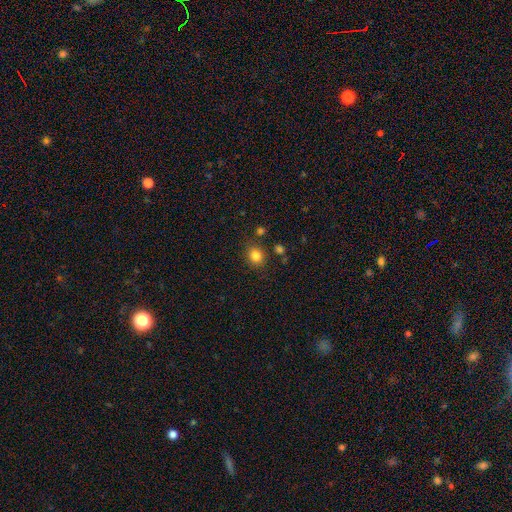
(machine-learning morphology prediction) Overall: smooth (83%). How rounded: round (73%). Merging: none (82%).